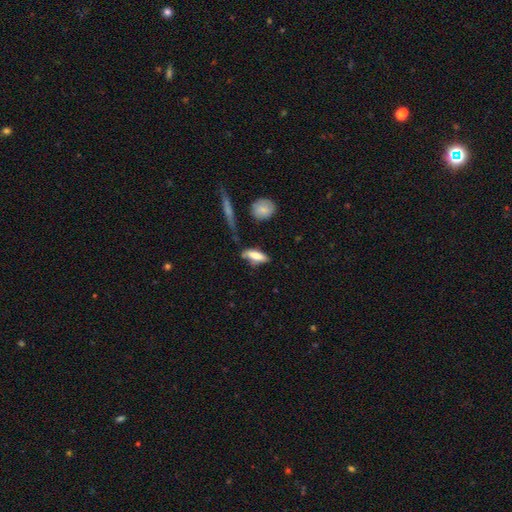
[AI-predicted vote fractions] Smooth or featured: smooth — 73% (featured or disk — 20%)
How rounded: in between — 59% (cigar-shaped — 39%)
Merging: none — 62% (minor disturbance — 25%)